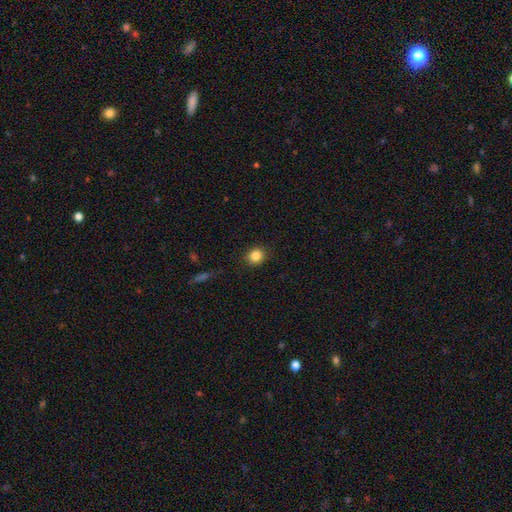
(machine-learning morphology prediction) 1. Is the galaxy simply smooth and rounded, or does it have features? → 84% smooth, 11% star or artifact, 5% featured or disk.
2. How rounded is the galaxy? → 83% round, 16% in between, 1% cigar-shaped.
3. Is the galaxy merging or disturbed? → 89% none, 8% minor disturbance, 2% major disturbance, 1% merger.